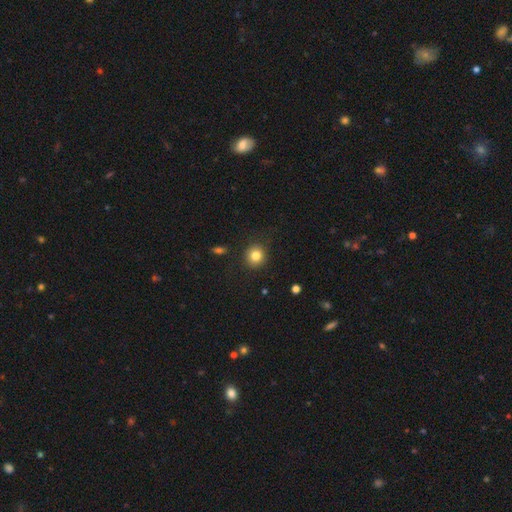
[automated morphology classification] smooth_or_featured: smooth (p=0.82) [alt: star or artifact p=0.11]
how_rounded: round (p=0.90) [alt: in between p=0.09]
merging: none (p=0.89) [alt: minor disturbance p=0.08]